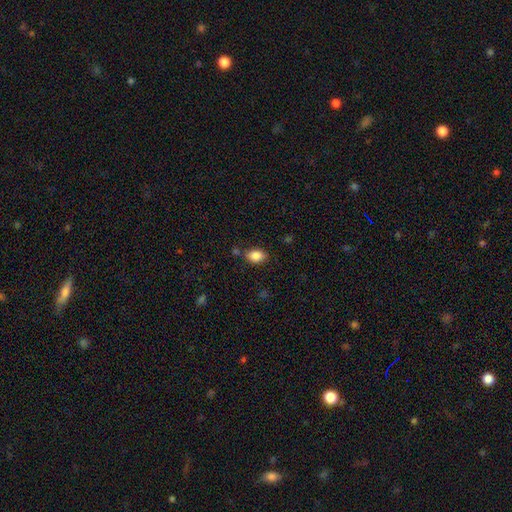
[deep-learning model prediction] Smooth or featured: smooth — 86% (star or artifact — 9%)
How rounded: in between — 83% (round — 16%)
Merging: none — 77% (minor disturbance — 14%)